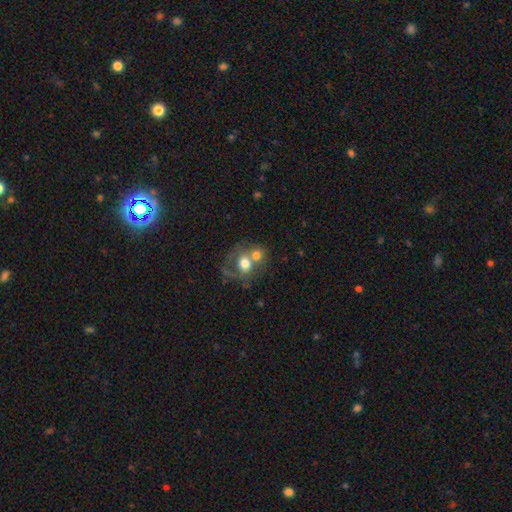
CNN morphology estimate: A smooth galaxy with no disk features (61%) that is round (66%). Merging: merger (62%).